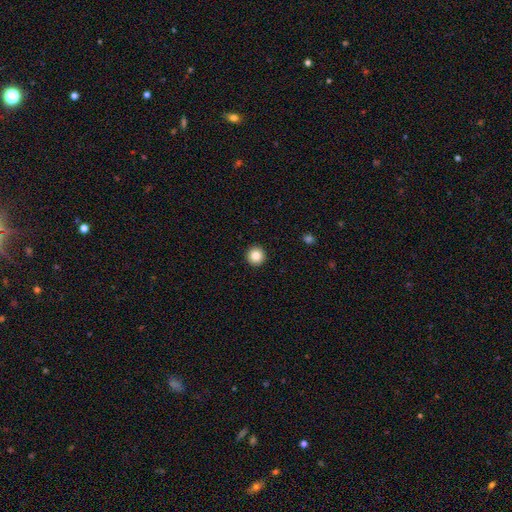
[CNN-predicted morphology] type=smooth (86%); roundness=round (96%); merging=none (94%).